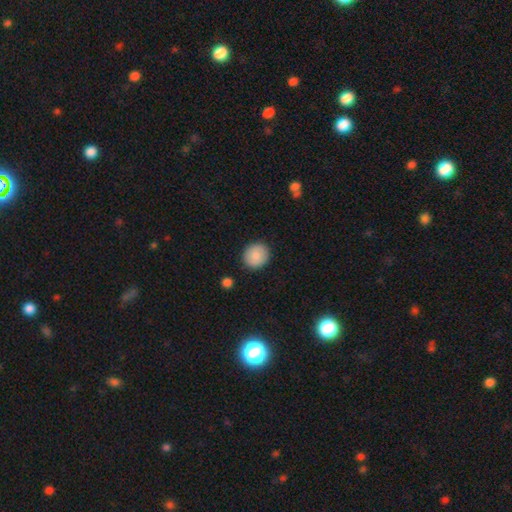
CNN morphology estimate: Q: Smooth or featured?
A: smooth (86%); runner-up: star or artifact (7%)
Q: How rounded?
A: round (81%); runner-up: in between (18%)
Q: Merging?
A: none (89%); runner-up: minor disturbance (8%)